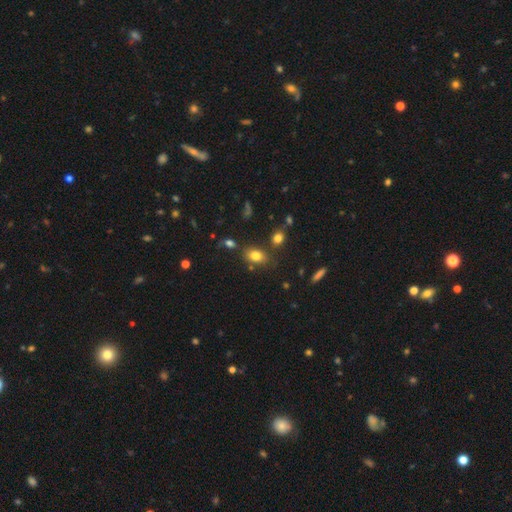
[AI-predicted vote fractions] Smooth or featured?
  - smooth: 80% *
  - star or artifact: 11%
  - featured or disk: 9%
How rounded?
  - in between: 83% *
  - round: 15%
  - cigar-shaped: 2%
Merging?
  - none: 74% *
  - minor disturbance: 14%
  - merger: 8%
  - major disturbance: 4%